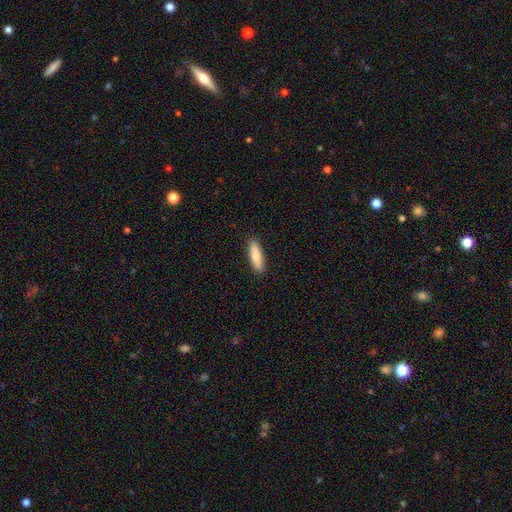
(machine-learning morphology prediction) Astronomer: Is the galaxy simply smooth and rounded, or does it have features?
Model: smooth — 81%.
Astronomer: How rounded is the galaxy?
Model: cigar-shaped — 55% (runner-up: in between, 43%).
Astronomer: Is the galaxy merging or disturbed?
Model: none — 90%.